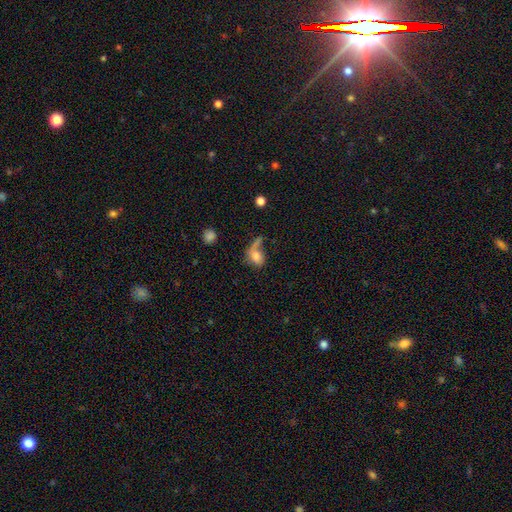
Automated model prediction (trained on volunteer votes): Q: Smooth or featured?
A: smooth (70%); runner-up: featured or disk (19%)
Q: How rounded?
A: in between (70%); runner-up: round (27%)
Q: Merging?
A: major disturbance (30%); runner-up: none (28%)